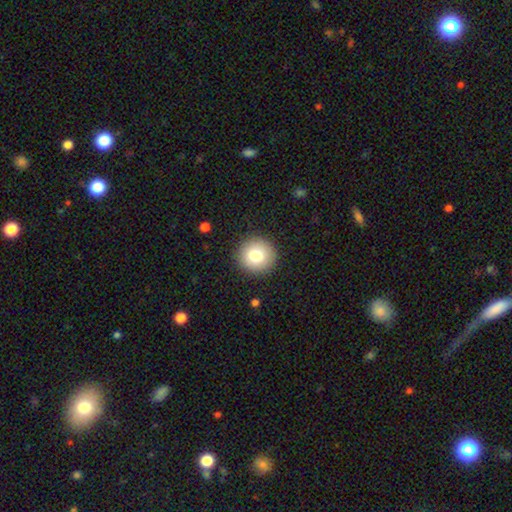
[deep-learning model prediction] This appears to be a smooth galaxy with no disk features (79%) that is round (93%). Merging: none (91%).